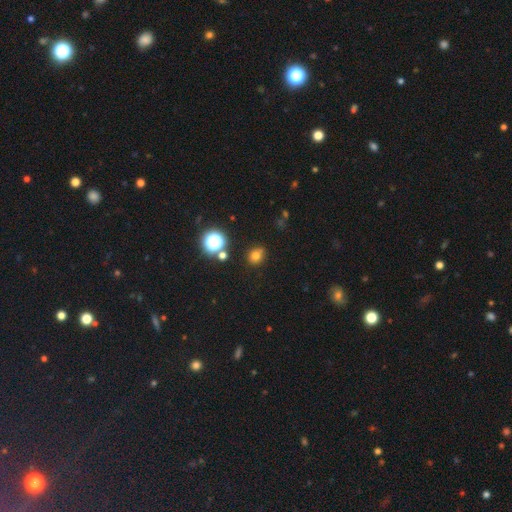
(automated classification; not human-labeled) Smooth or featured? Predicted: smooth (p=0.73). How rounded? Predicted: round (p=0.75). Merging? Predicted: none (p=0.82).